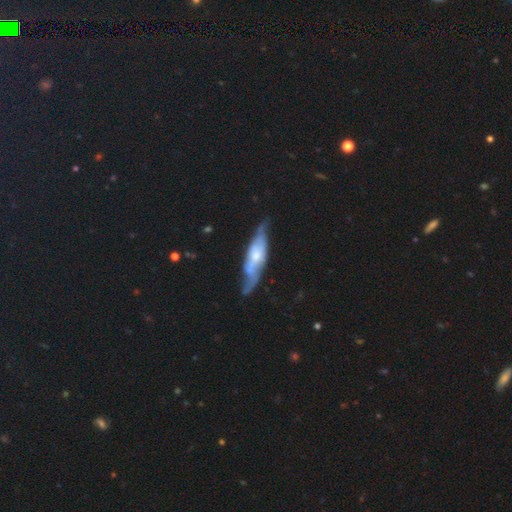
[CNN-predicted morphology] featured or disk 69%, smooth 25%, star or artifact 5%. Down the decision tree: edge-on disk — no (53%); merging — none (59%).